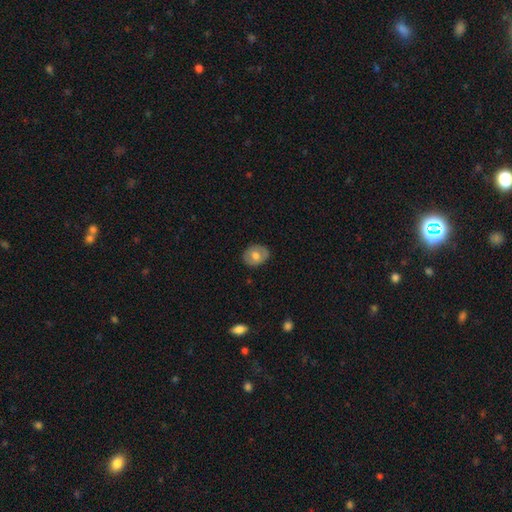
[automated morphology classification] type=smooth (62%); roundness=round (53%); merging=none (85%).